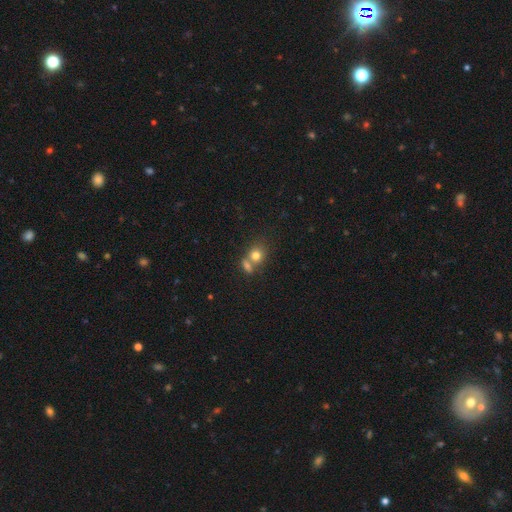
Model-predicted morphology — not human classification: smooth 77%, featured or disk 12%, star or artifact 11%. Down the decision tree: how rounded — round (68%); merging — merger (49%).